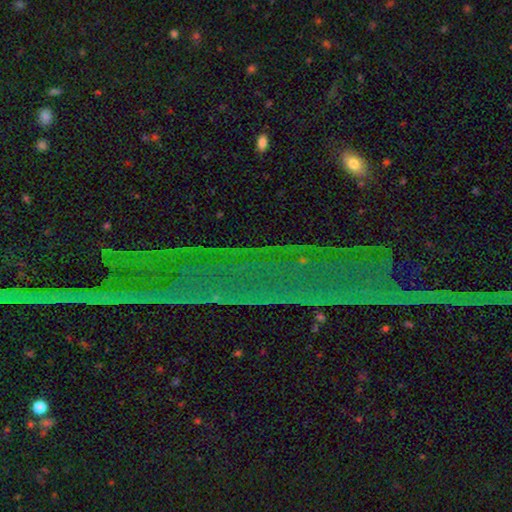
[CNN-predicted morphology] Smooth or featured? Predicted: star or artifact (p=0.75).